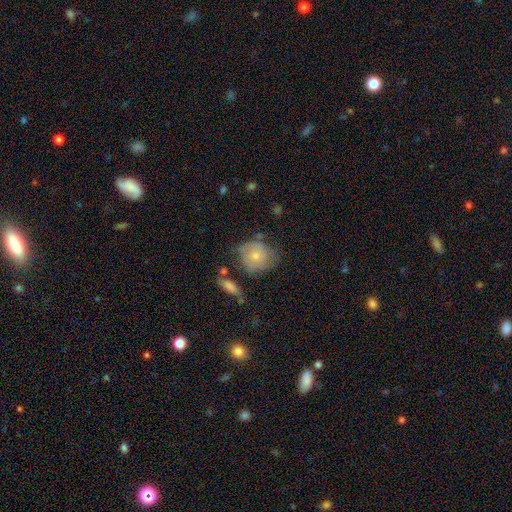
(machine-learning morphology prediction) Overall: smooth (66%; featured or disk 27%). How rounded: round (81%). Merging: none (48%; minor disturbance 32%).